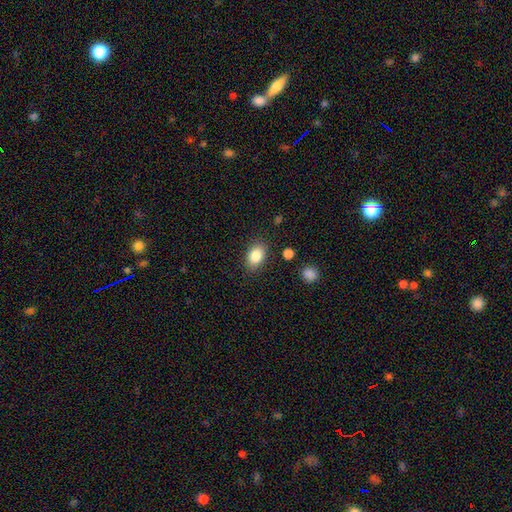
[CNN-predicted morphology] smooth_or_featured: smooth (p=0.85) [alt: star or artifact p=0.08]
how_rounded: in between (p=0.84) [alt: round p=0.15]
merging: none (p=0.84) [alt: minor disturbance p=0.11]